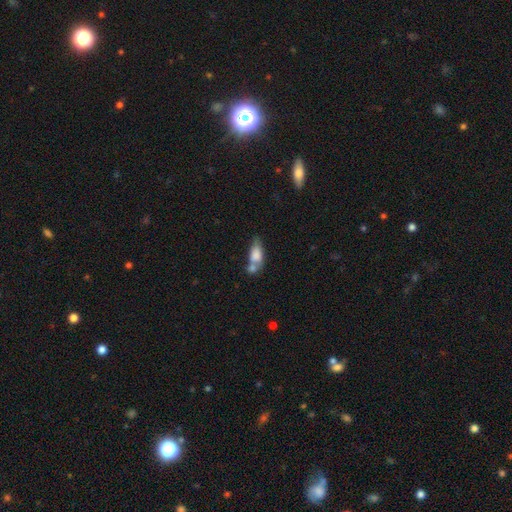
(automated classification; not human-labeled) The model was most divided on "merging": merger: 49%, none: 27%, minor disturbance: 15%, major disturbance: 9%. More confident: how rounded — in between (79%); smooth or featured — smooth (72%).